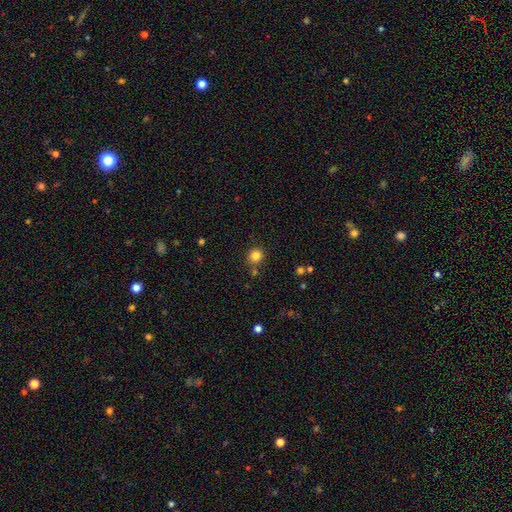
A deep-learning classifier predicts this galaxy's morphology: Overall: smooth (83%). How rounded: round (89%). Merging: none (79%).